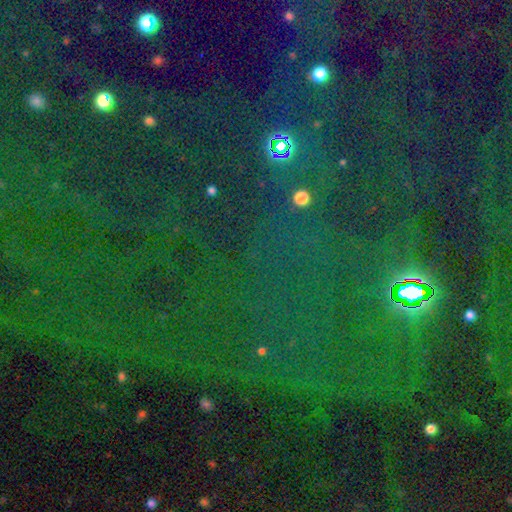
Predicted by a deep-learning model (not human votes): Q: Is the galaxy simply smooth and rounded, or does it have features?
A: star or artifact — 83%.